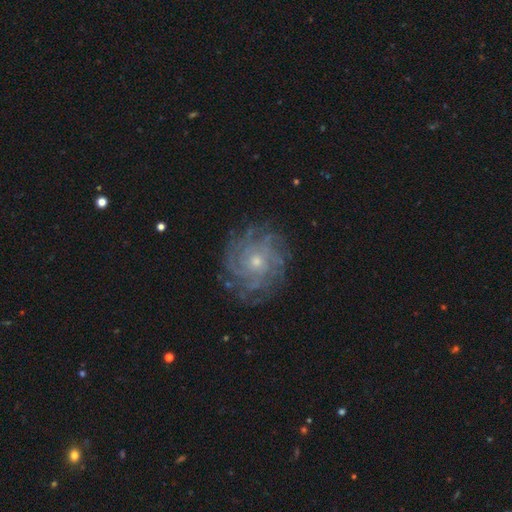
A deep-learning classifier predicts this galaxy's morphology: type=featured or disk (74%); edge-on=no (97%); bar=no (80%); spiral arms=yes (95%); winding=tight (72%); arm count=can't tell (35%); bulge=small (64%); merging=none (85%).